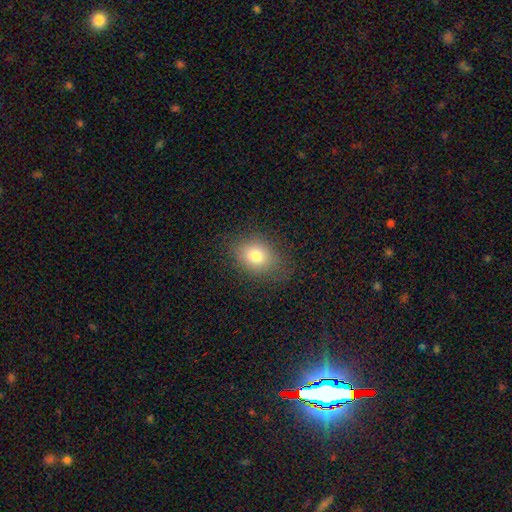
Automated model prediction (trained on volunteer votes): This appears to be a smooth galaxy with no disk features (78%) that is in between round and cigar-shaped (58%). Merging: none (78%).